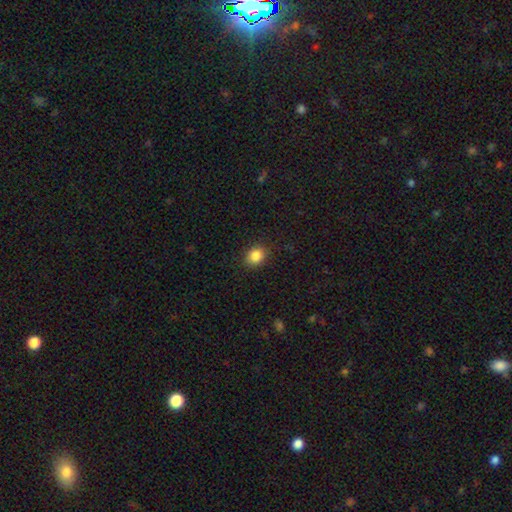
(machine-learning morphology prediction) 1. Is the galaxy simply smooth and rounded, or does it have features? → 85% smooth, 10% star or artifact, 4% featured or disk.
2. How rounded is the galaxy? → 63% round, 36% in between, 1% cigar-shaped.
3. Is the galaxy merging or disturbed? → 88% none, 9% minor disturbance, 2% major disturbance, 1% merger.